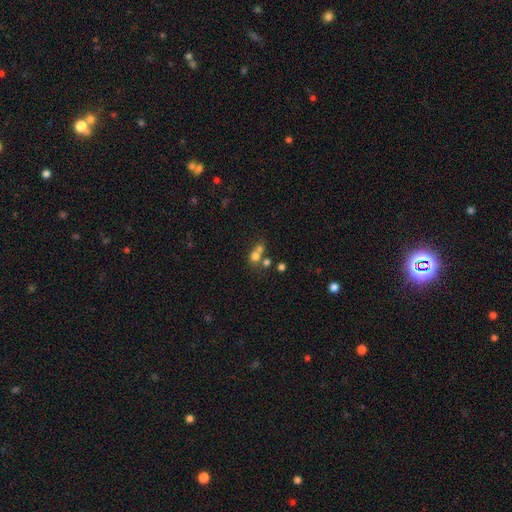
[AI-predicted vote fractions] This is likely a smooth galaxy (67%). How rounded: likely round (80%). Merging: possibly merger (54%).